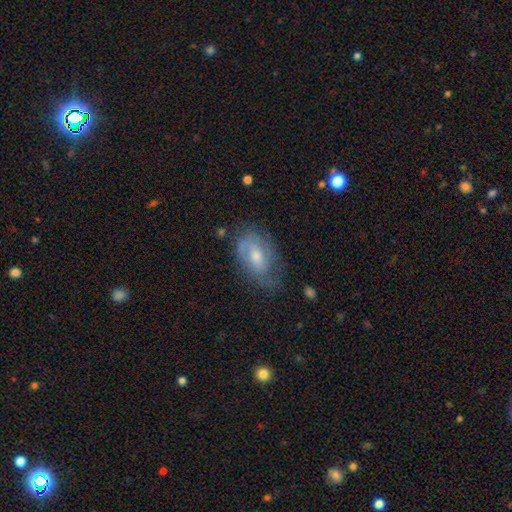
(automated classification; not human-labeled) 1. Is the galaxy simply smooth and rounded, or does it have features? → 64% featured or disk, 28% smooth, 8% star or artifact.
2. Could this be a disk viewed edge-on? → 95% no, 5% yes.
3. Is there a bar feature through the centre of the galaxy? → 47% no, 44% weak, 9% strong.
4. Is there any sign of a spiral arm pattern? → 83% yes, 17% no.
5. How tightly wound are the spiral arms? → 41% medium, 40% tight, 19% loose.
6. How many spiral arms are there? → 50% 2, 28% can't tell, 14% 1, 5% 3, 2% 4, 2% more than 4.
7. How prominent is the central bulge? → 54% moderate, 37% small, 5% large, 3% none, 1% dominant.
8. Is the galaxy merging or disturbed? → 62% none, 25% minor disturbance, 11% major disturbance, 2% merger.